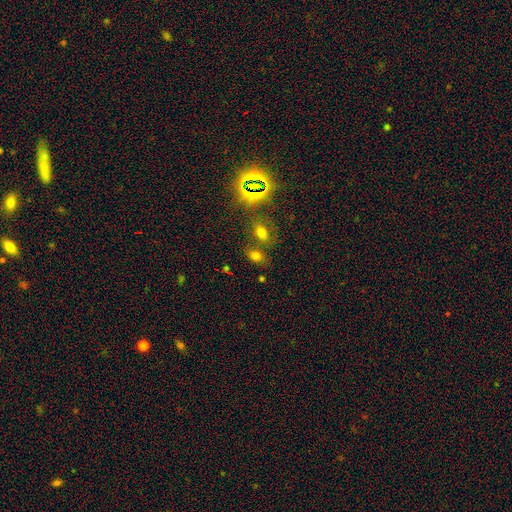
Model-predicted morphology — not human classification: smooth 65%, star or artifact 25%, featured or disk 9%. Down the decision tree: how rounded — in between (79%); merging — none (59%).